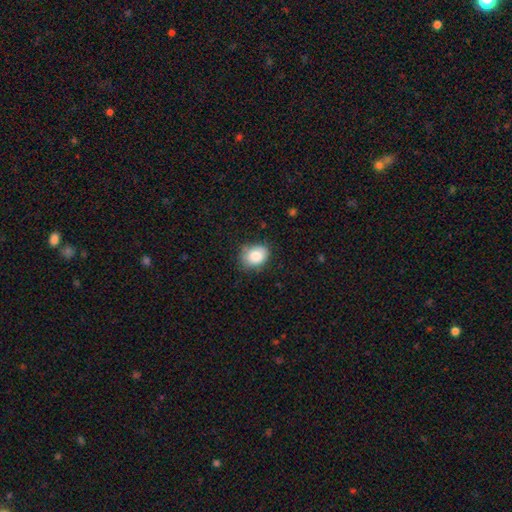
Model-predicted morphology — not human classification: smooth-or-featured: smooth: 85% | star or artifact: 8% | featured or disk: 7%
  how-rounded: in between: 63% | round: 36% | cigar-shaped: 1%
  merging: none: 72% | minor disturbance: 22% | major disturbance: 4% | merger: 2%